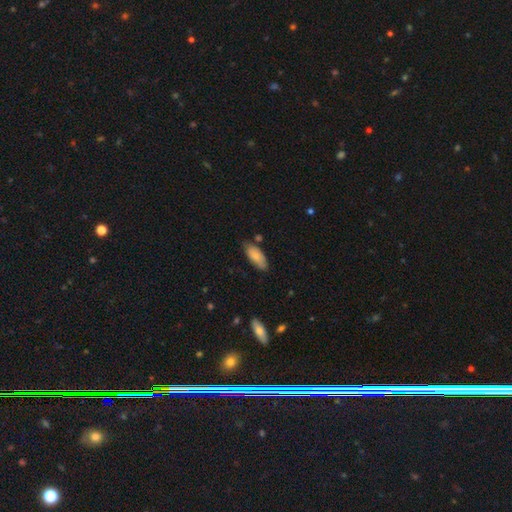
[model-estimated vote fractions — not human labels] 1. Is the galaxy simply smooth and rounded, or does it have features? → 82% smooth, 12% featured or disk, 6% star or artifact.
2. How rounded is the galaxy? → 82% in between, 16% cigar-shaped, 2% round.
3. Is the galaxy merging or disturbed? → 73% none, 21% minor disturbance, 3% major disturbance, 3% merger.